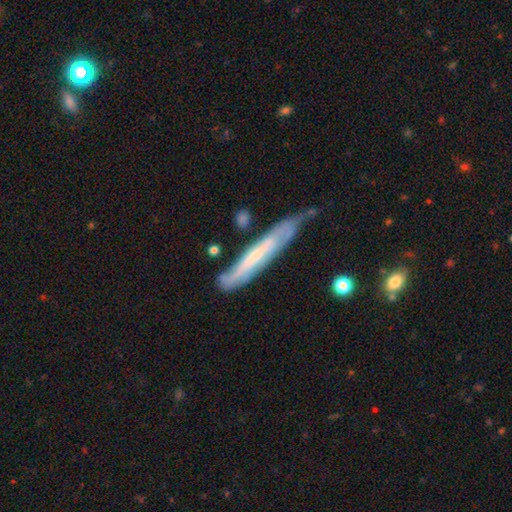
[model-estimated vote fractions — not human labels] Overall: featured or disk (60%; smooth 34%). Edge-on disk: yes (67%; no 33%). Merging: none (51%; minor disturbance 34%).